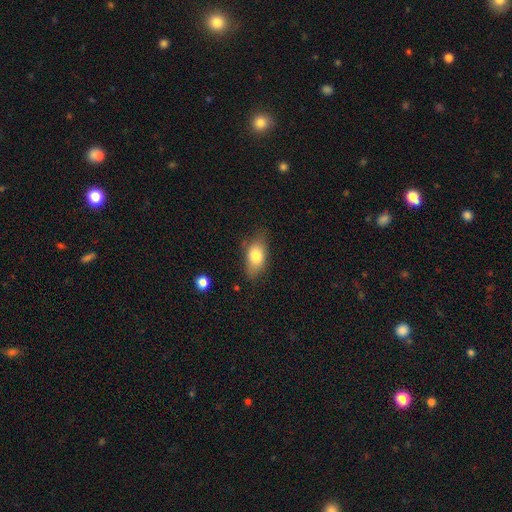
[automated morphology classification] This is likely a smooth galaxy (78%). How rounded: clearly in between (86%). Merging: likely none (71%).